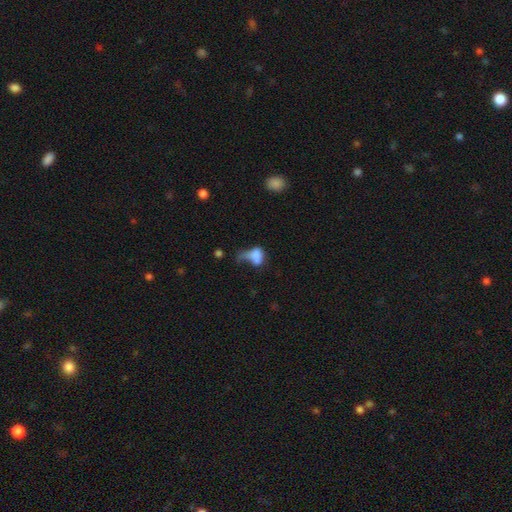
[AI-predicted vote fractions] Q: Smooth or featured?
A: smooth (70%); runner-up: featured or disk (19%)
Q: How rounded?
A: in between (78%); runner-up: round (19%)
Q: Merging?
A: major disturbance (46%); runner-up: merger (20%)